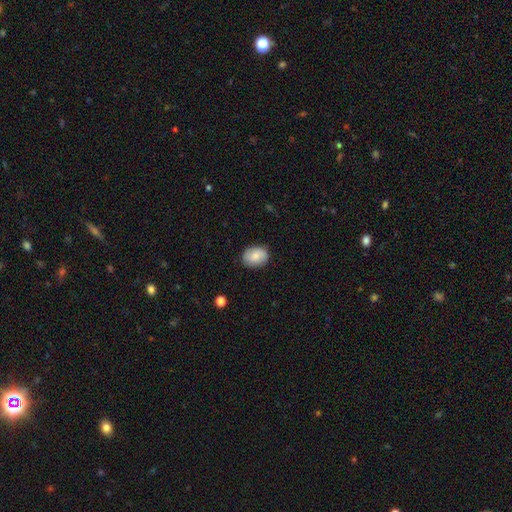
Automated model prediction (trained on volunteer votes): Smooth or featured?
  - smooth: 78% *
  - featured or disk: 15%
  - star or artifact: 7%
How rounded?
  - in between: 63% *
  - round: 36%
  - cigar-shaped: 1%
Merging?
  - none: 85% *
  - minor disturbance: 11%
  - major disturbance: 3%
  - merger: 1%